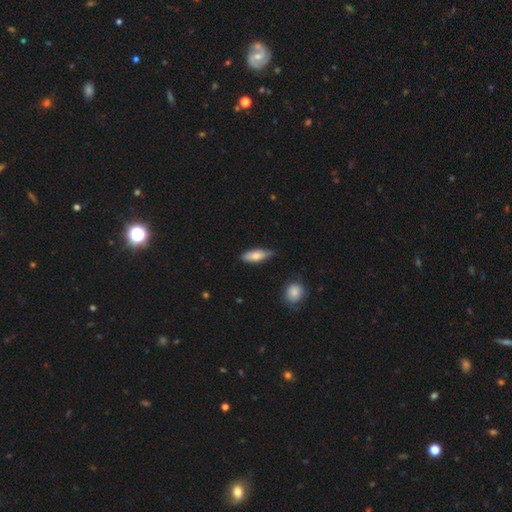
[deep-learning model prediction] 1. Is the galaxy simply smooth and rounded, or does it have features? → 73% smooth, 21% featured or disk, 6% star or artifact.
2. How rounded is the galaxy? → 68% in between, 30% cigar-shaped, 3% round.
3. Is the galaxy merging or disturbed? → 68% none, 26% minor disturbance, 4% major disturbance, 2% merger.